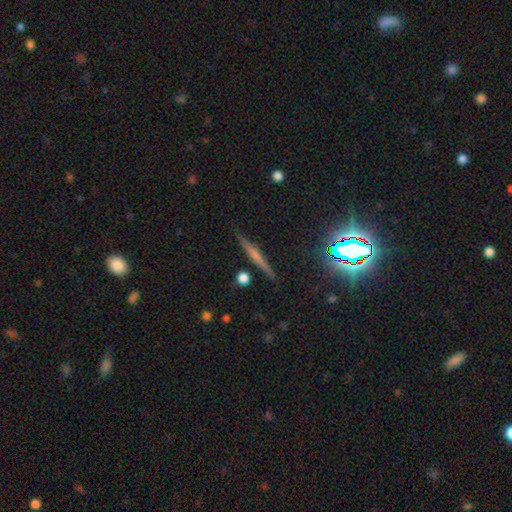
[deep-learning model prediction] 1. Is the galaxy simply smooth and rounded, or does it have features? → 48% featured or disk, 38% smooth, 14% star or artifact.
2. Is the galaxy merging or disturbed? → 88% none, 8% minor disturbance, 2% merger, 2% major disturbance.